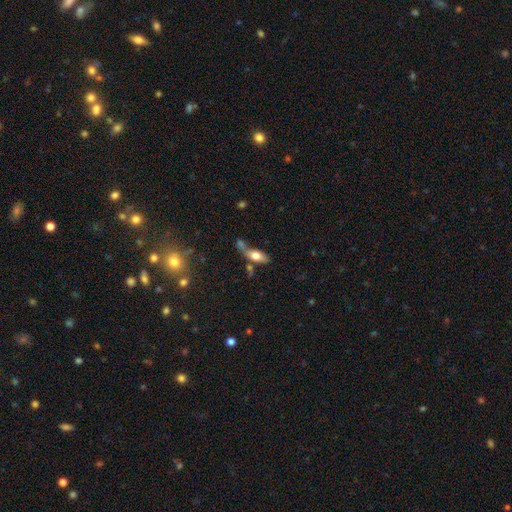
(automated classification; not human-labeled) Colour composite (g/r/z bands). It shows a smooth galaxy with no disk features (64%) that is in between round and cigar-shaped (72%). Merging: none (35%).